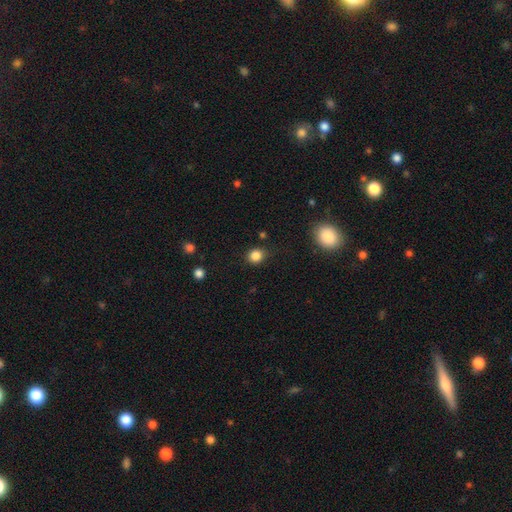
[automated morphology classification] Smooth or featured: smooth — 84% (star or artifact — 12%)
How rounded: round — 78% (in between — 21%)
Merging: none — 84% (minor disturbance — 12%)